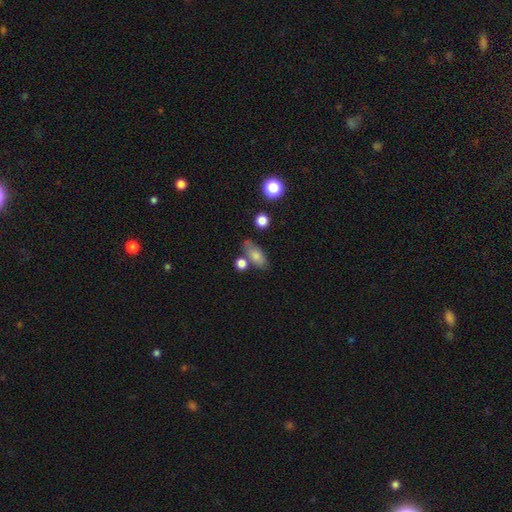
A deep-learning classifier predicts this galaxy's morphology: type=smooth (77%); roundness=in between (79%); merging=none (62%).